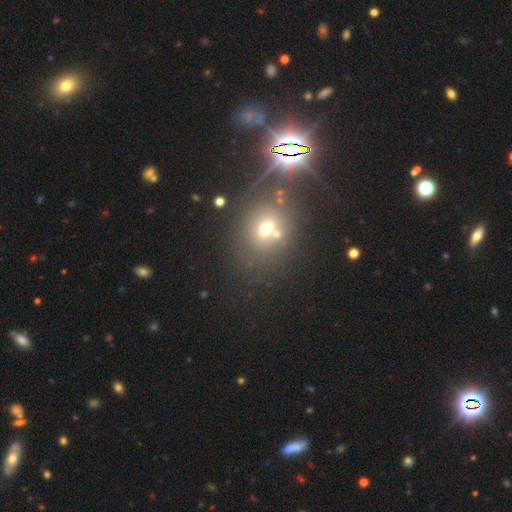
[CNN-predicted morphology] Q: Smooth or featured?
A: star or artifact (48%); runner-up: smooth (42%)